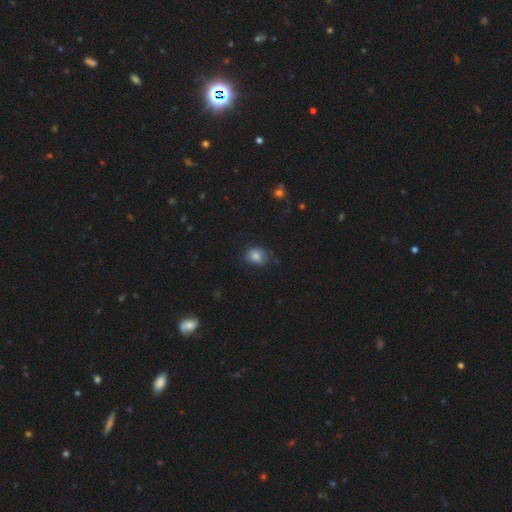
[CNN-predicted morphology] Smooth or featured? smooth (83%)
How rounded? in between (51%)
Merging? none (74%)